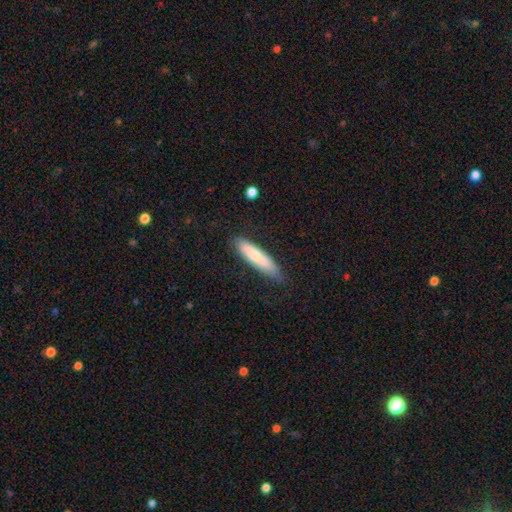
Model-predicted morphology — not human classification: Q: Smooth or featured?
A: smooth (70%); runner-up: featured or disk (24%)
Q: How rounded?
A: cigar-shaped (80%); runner-up: in between (19%)
Q: Merging?
A: none (78%); runner-up: minor disturbance (17%)